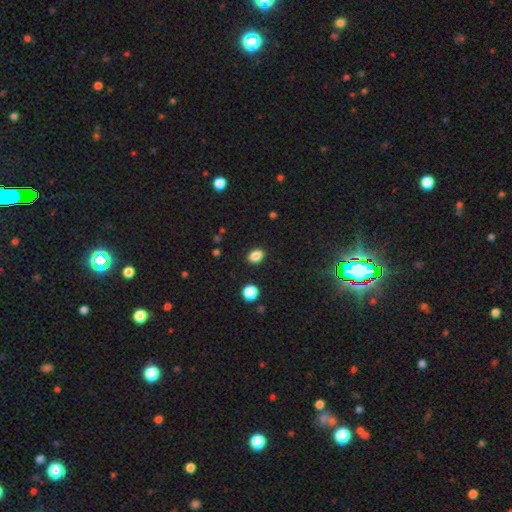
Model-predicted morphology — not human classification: Smooth or featured? Predicted: smooth (p=0.85). How rounded? Predicted: in between (p=0.68). Merging? Predicted: none (p=0.88).